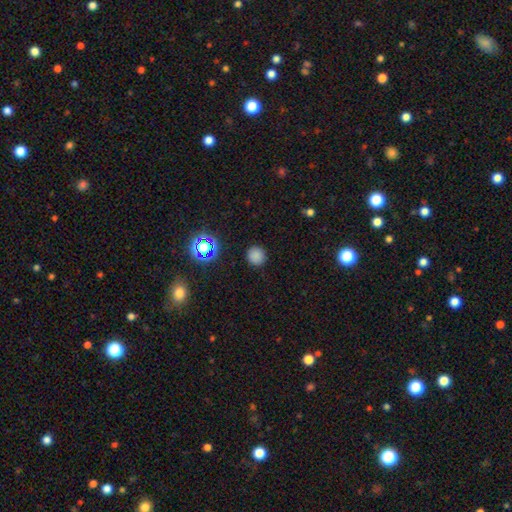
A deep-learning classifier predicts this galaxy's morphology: Overall: smooth (77%). How rounded: round (92%). Merging: none (88%).